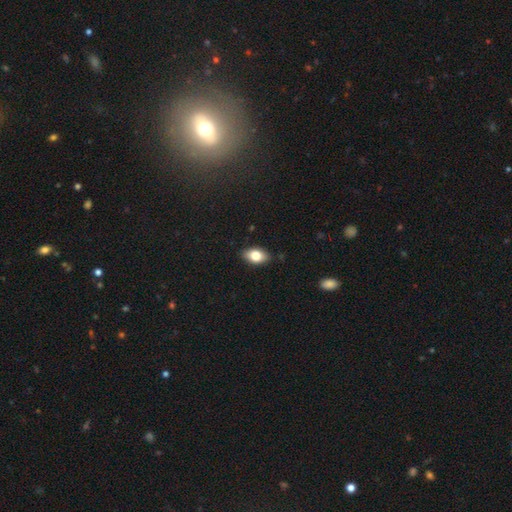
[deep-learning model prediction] smooth 78%, featured or disk 14%, star or artifact 8%. Down the decision tree: how rounded — in between (89%); merging — none (86%).